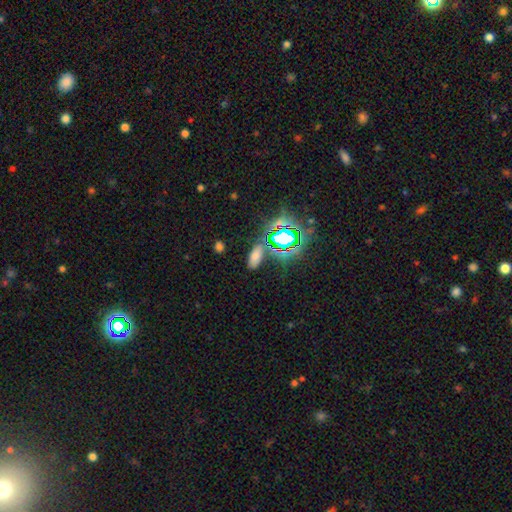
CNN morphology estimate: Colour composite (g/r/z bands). It shows a smooth galaxy with no disk features (59%) that is in between round and cigar-shaped (82%). Merging: none (78%).